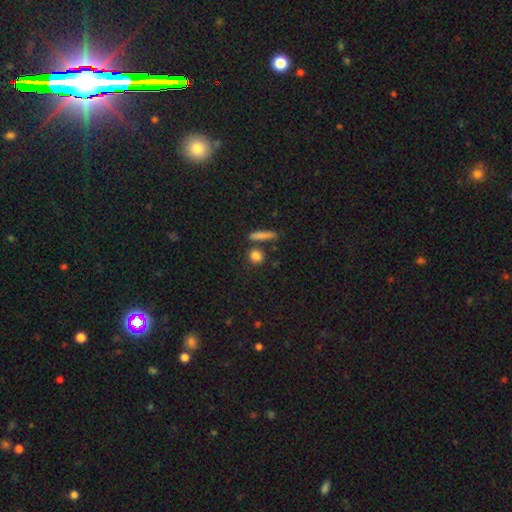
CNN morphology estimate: type=smooth (82%); roundness=round (67%); merging=none (75%).